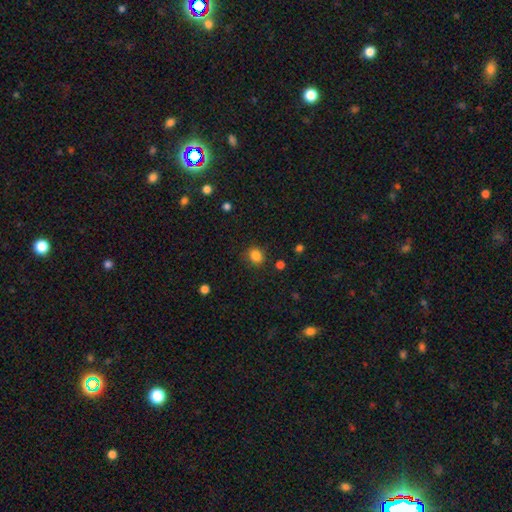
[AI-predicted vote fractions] Smooth or featured? Predicted: smooth (p=0.85). How rounded? Predicted: round (p=0.80). Merging? Predicted: none (p=0.86).